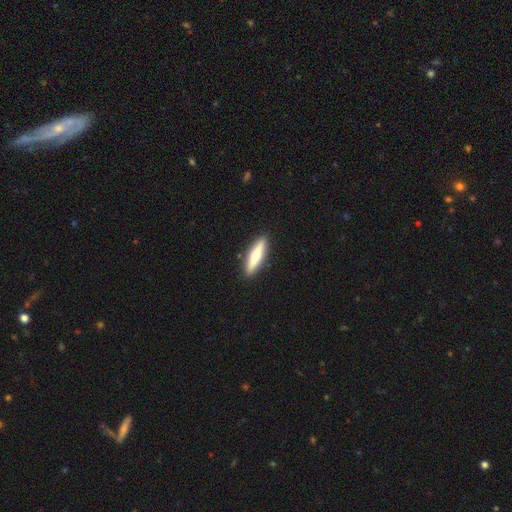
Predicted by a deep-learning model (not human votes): smooth_or_featured: smooth (p=0.53) [alt: featured or disk p=0.42]
how_rounded: cigar-shaped (p=0.75) [alt: in between p=0.24]
merging: none (p=0.91) [alt: minor disturbance p=0.07]